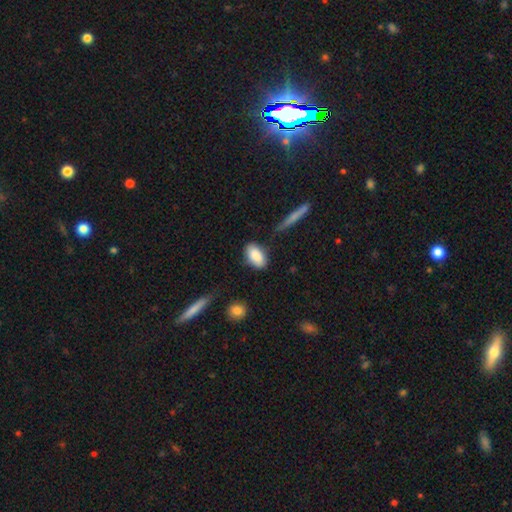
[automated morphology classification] Smooth or featured?
  - smooth: 86% *
  - featured or disk: 7%
  - star or artifact: 6%
How rounded?
  - in between: 92% *
  - round: 5%
  - cigar-shaped: 3%
Merging?
  - none: 76% *
  - minor disturbance: 17%
  - major disturbance: 4%
  - merger: 3%